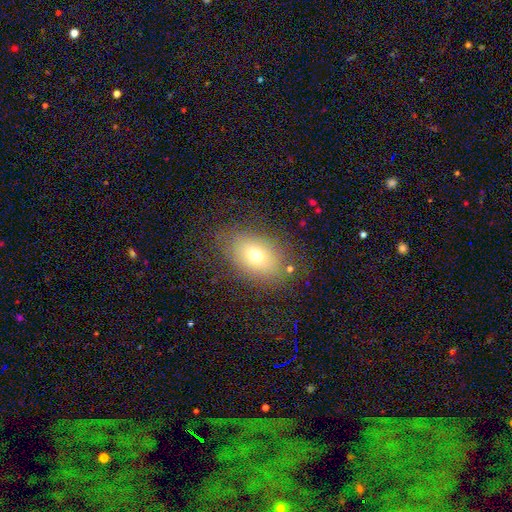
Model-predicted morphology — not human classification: smooth-or-featured: smooth: 69% | featured or disk: 17% | star or artifact: 14%
  how-rounded: in between: 74% | round: 25% | cigar-shaped: 1%
  merging: none: 78% | minor disturbance: 14% | major disturbance: 7% | merger: 2%